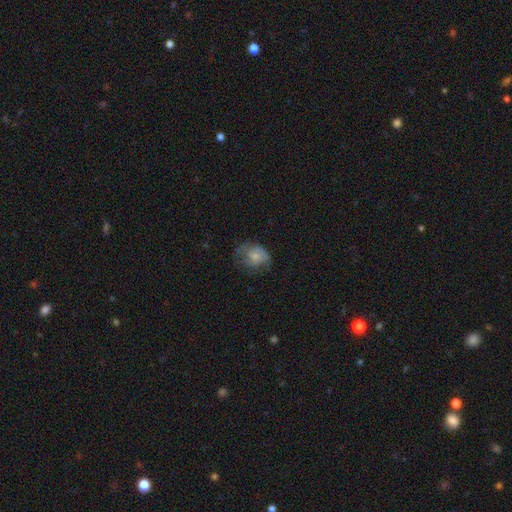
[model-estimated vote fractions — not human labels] Smooth or featured? smooth (56%)
How rounded? round (53%)
Merging? none (43%)